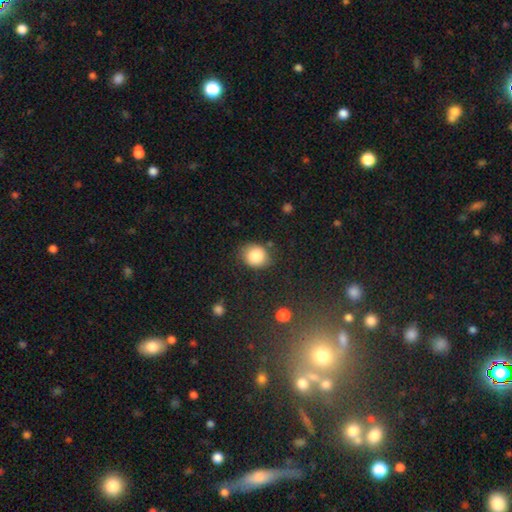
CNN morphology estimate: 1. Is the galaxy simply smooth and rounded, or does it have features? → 85% smooth, 9% star or artifact, 6% featured or disk.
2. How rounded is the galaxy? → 71% round, 29% in between, 1% cigar-shaped.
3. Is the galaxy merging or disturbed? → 78% none, 15% minor disturbance, 4% major disturbance, 3% merger.